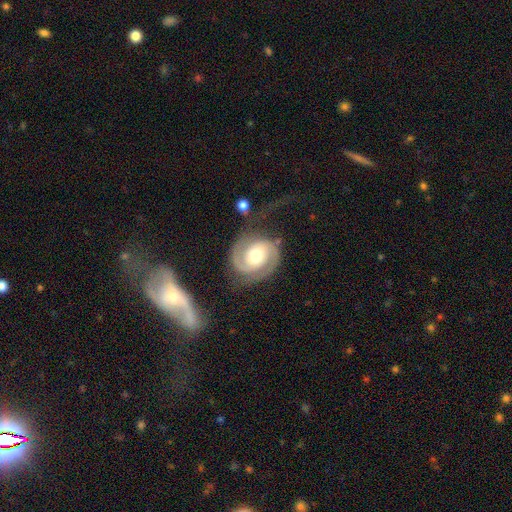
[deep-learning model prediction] The model was most divided on "spiral winding": tight: 48%, medium: 41%, loose: 11%. More confident: edge-on disk — no (98%); spiral arms — yes (97%); spiral arm count — 2 (90%); smooth or featured — featured or disk (88%); bulge size — moderate (71%); merging — none (64%); bar — no (61%).